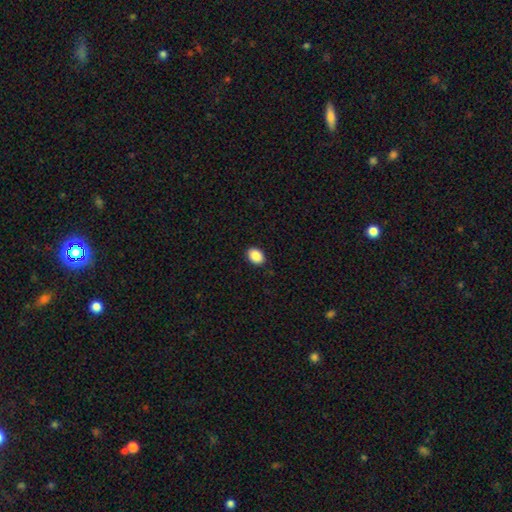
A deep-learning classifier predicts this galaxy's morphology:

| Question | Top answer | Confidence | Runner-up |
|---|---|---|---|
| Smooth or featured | smooth | 89% | star or artifact (8%) |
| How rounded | in between | 73% | round (26%) |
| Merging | none | 90% | minor disturbance (8%) |